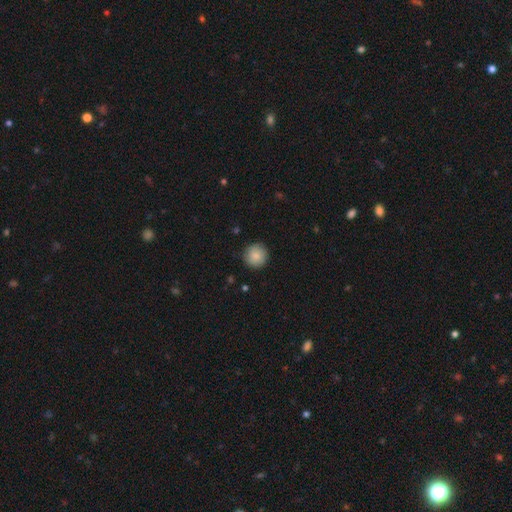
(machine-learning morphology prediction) The model was most divided on "smooth or featured": smooth: 87%, star or artifact: 7%, featured or disk: 6%. More confident: how rounded — round (95%); merging — none (89%).